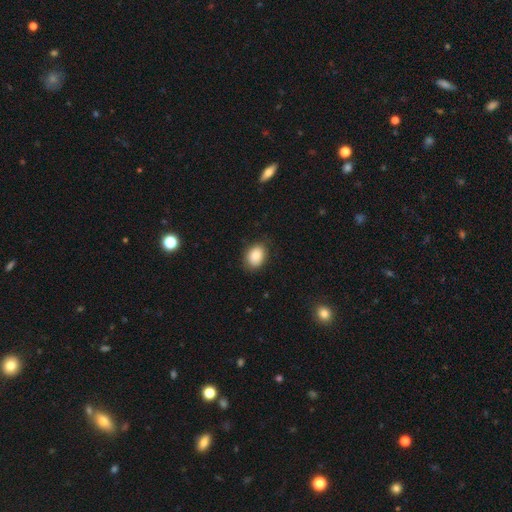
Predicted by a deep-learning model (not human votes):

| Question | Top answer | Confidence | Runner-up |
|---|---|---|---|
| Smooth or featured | smooth | 86% | star or artifact (8%) |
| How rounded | in between | 70% | round (29%) |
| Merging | none | 83% | minor disturbance (13%) |